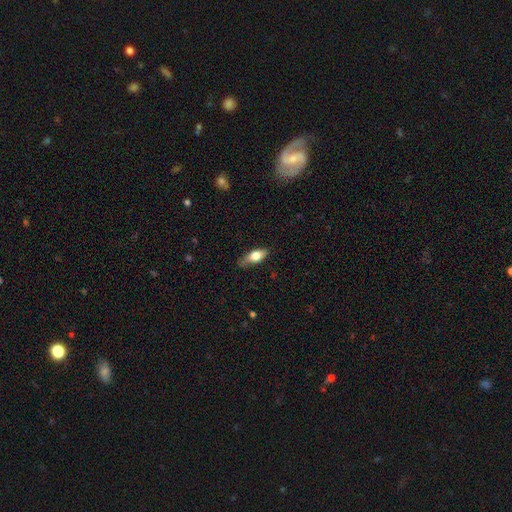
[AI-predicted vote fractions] This is likely a smooth galaxy (67%). How rounded: likely in between (73%). Merging: likely none (70%).